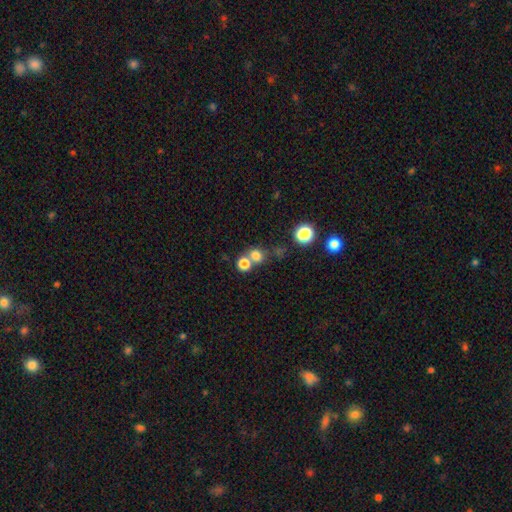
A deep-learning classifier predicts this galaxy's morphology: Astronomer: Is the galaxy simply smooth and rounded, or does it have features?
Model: smooth — 74%.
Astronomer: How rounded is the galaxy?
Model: round — 78%.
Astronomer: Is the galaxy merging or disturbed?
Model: none — 49% (runner-up: merger, 39%).